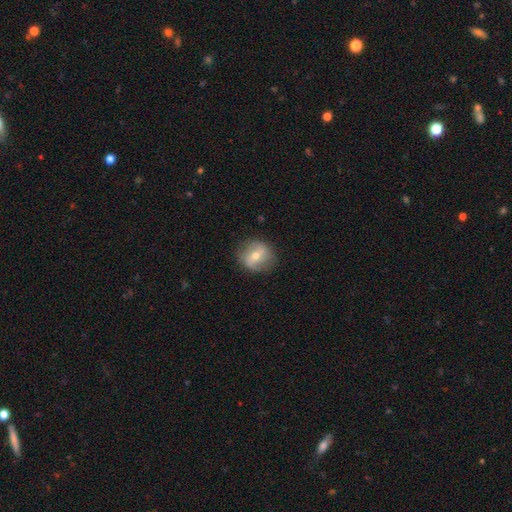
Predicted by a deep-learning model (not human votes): Smooth or featured? featured or disk (50%)
Edge-on disk? no (94%)
Merging? none (84%)